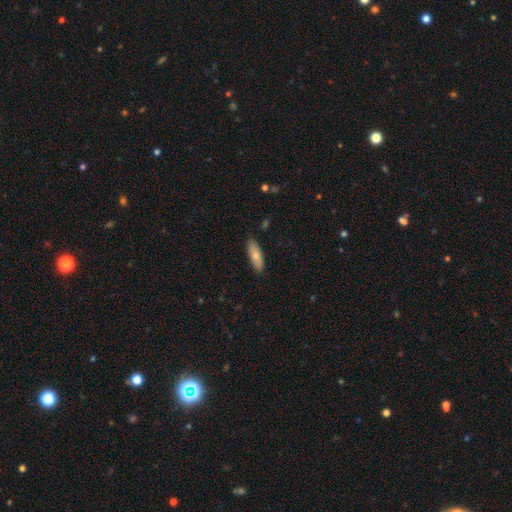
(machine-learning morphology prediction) Smooth or featured? Predicted: smooth (p=0.74). How rounded? Predicted: in between (p=0.55). Merging? Predicted: none (p=0.86).